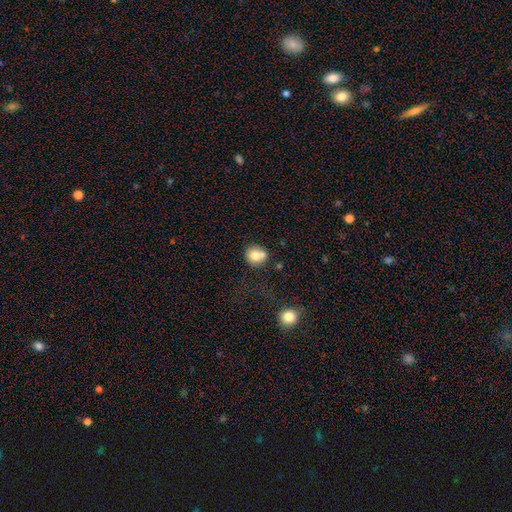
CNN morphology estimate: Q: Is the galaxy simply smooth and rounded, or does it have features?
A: smooth — 75%.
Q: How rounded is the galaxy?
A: round — 79%.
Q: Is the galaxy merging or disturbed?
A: none — 51%.